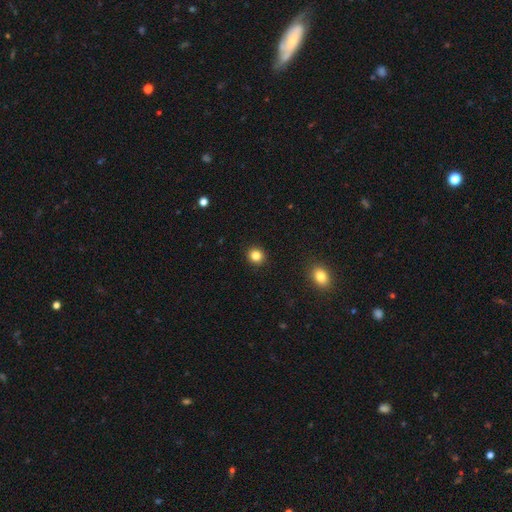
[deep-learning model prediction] Smooth or featured?
  - smooth: 83% *
  - star or artifact: 12%
  - featured or disk: 5%
How rounded?
  - round: 89% *
  - in between: 10%
  - cigar-shaped: 1%
Merging?
  - none: 92% *
  - minor disturbance: 5%
  - major disturbance: 2%
  - merger: 1%